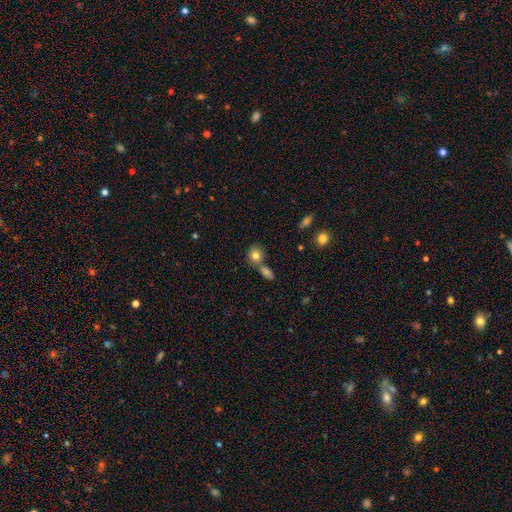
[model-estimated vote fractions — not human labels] Smooth or featured?
  - smooth: 80% *
  - featured or disk: 10%
  - star or artifact: 10%
How rounded?
  - round: 71% *
  - in between: 27%
  - cigar-shaped: 2%
Merging?
  - none: 55% *
  - merger: 31%
  - minor disturbance: 11%
  - major disturbance: 3%